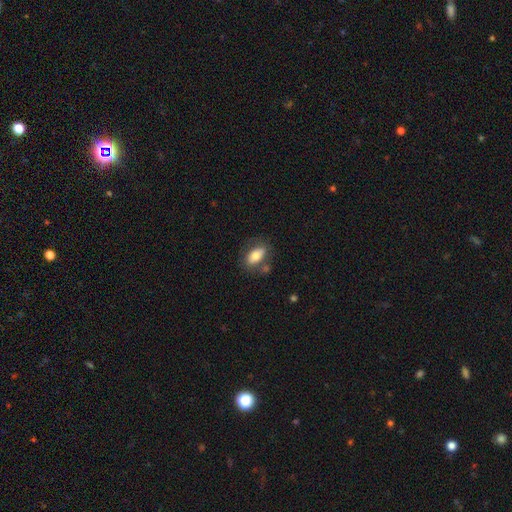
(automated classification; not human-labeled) Smooth or featured? Predicted: smooth (p=0.76). How rounded? Predicted: in between (p=0.89). Merging? Predicted: none (p=0.68).